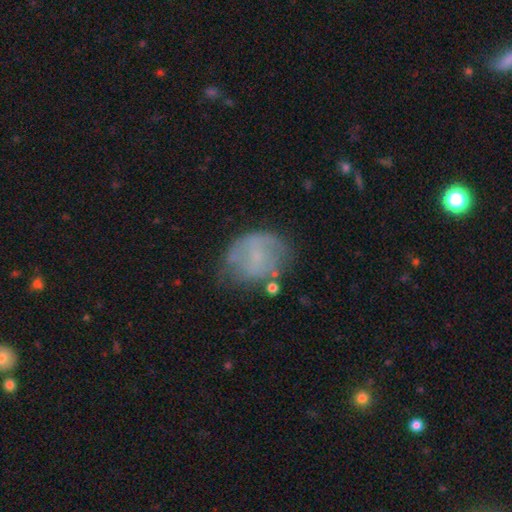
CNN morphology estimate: Q: Smooth or featured?
A: smooth (45%); tied with: featured or disk (45%)
Q: Merging?
A: none (52%); runner-up: minor disturbance (28%)